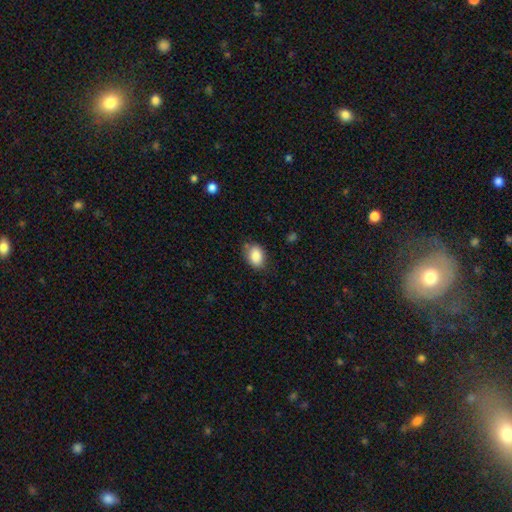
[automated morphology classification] A smooth galaxy with no disk features (87%) that is in between round and cigar-shaped (71%). Merging: none (76%).